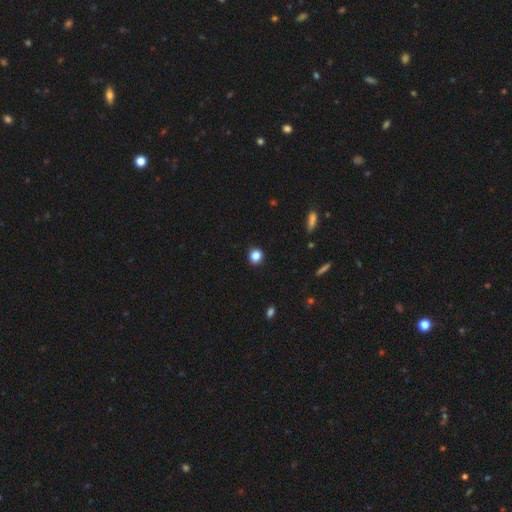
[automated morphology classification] Smooth or featured?
  - smooth: 85% *
  - star or artifact: 11%
  - featured or disk: 4%
How rounded?
  - round: 86% *
  - in between: 12%
  - cigar-shaped: 1%
Merging?
  - none: 92% *
  - minor disturbance: 6%
  - major disturbance: 2%
  - merger: 1%